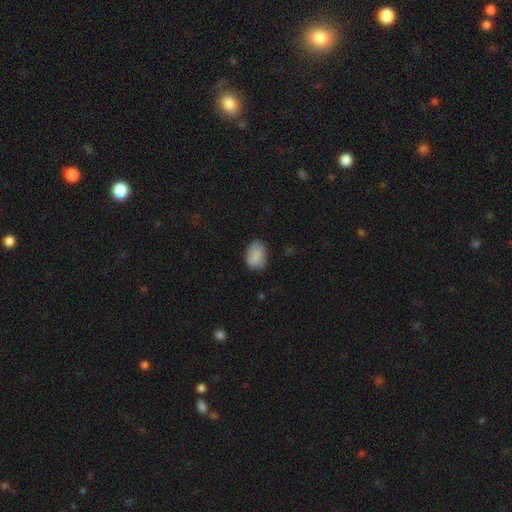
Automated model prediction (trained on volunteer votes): This is clearly a smooth galaxy (88%). How rounded: likely in between (78%). Merging: likely none (76%).